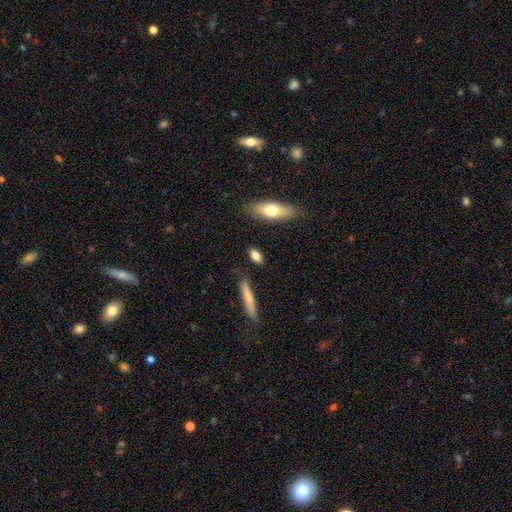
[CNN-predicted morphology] Smooth or featured?
  - smooth: 76% *
  - featured or disk: 16%
  - star or artifact: 7%
How rounded?
  - in between: 64% *
  - cigar-shaped: 31%
  - round: 5%
Merging?
  - none: 81% *
  - minor disturbance: 12%
  - merger: 4%
  - major disturbance: 3%